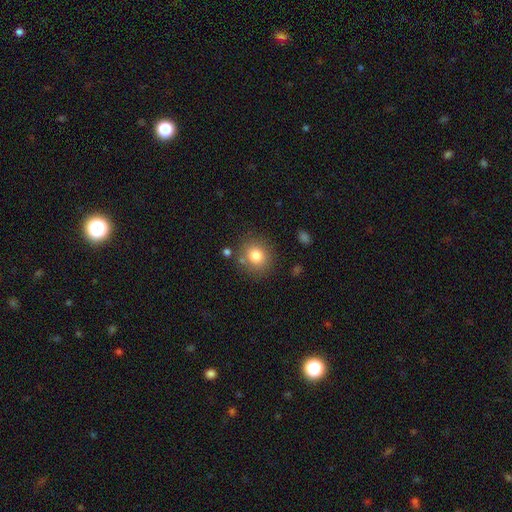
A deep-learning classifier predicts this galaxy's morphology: Smooth or featured: smooth — 80% (star or artifact — 11%)
How rounded: round — 81% (in between — 18%)
Merging: none — 80% (minor disturbance — 11%)